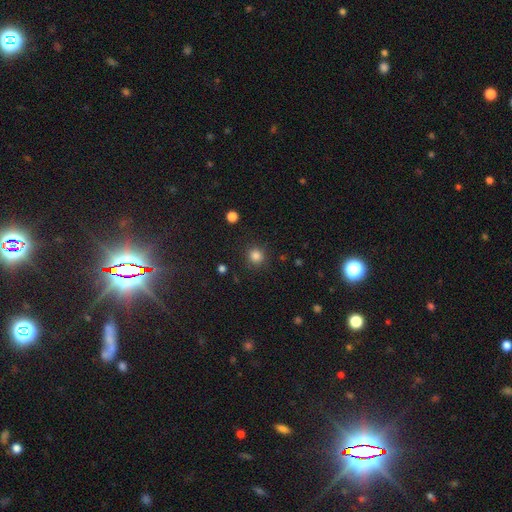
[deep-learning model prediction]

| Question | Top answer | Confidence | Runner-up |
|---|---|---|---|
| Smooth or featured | smooth | 84% | star or artifact (12%) |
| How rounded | round | 92% | in between (7%) |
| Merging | none | 89% | minor disturbance (7%) |